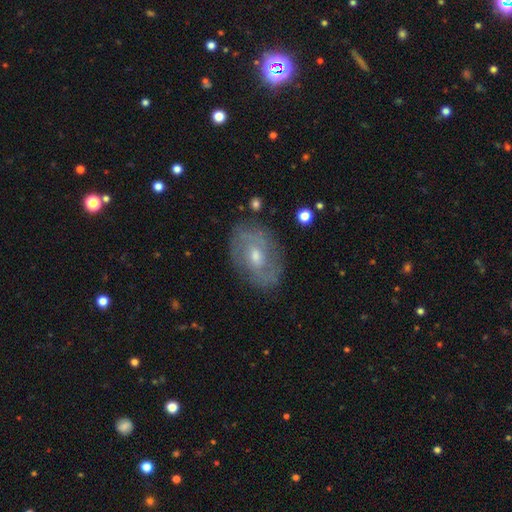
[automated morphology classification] smooth_or_featured: featured or disk (p=0.61) [alt: smooth p=0.27]
disk_edge_on: no (p=0.94) [alt: yes p=0.06]
bar: no (p=0.51) [alt: weak p=0.38]
has_spiral_arms: yes (p=0.67) [alt: no p=0.33]
bulge_size: moderate (p=0.56) [alt: small p=0.39]
merging: none (p=0.80) [alt: minor disturbance p=0.14]